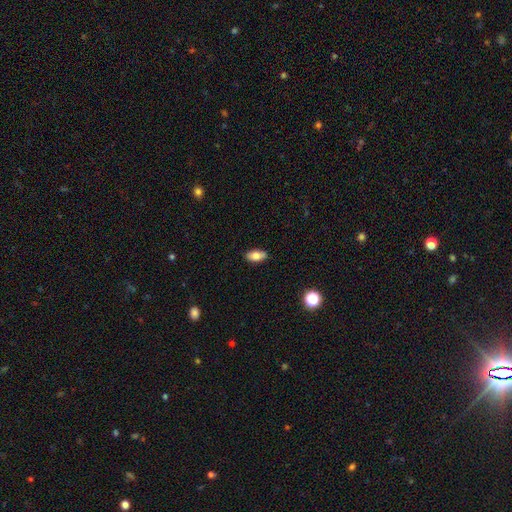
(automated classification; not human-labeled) This is likely a smooth galaxy (80%). How rounded: clearly in between (91%). Merging: clearly none (88%).